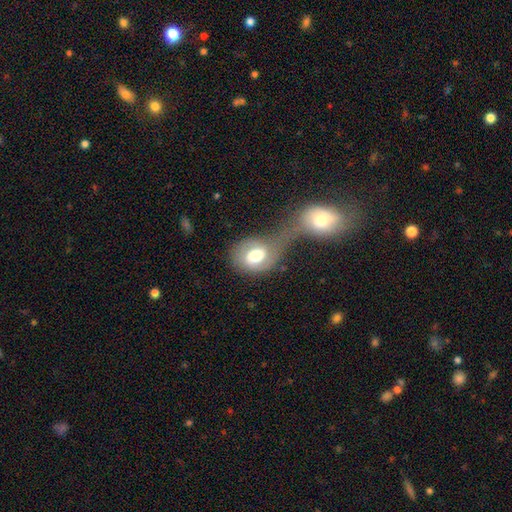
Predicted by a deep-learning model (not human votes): smooth_or_featured: smooth (p=0.60) [alt: featured or disk p=0.33]
how_rounded: in between (p=0.59) [alt: round p=0.40]
merging: merger (p=0.51) [alt: none p=0.23]